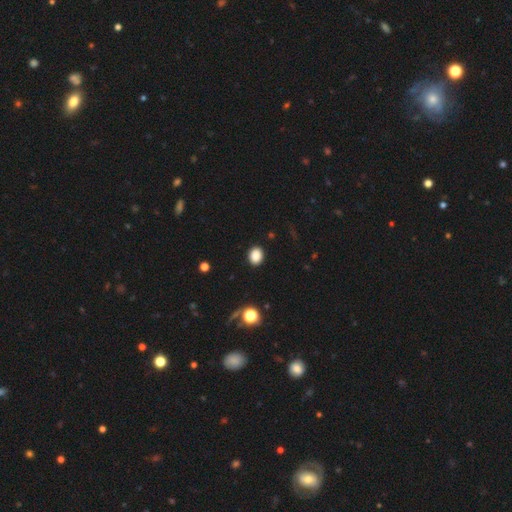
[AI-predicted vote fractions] smooth_or_featured: smooth (p=0.87) [alt: star or artifact p=0.10]
how_rounded: in between (p=0.50) [alt: round p=0.49]
merging: none (p=0.90) [alt: minor disturbance p=0.06]